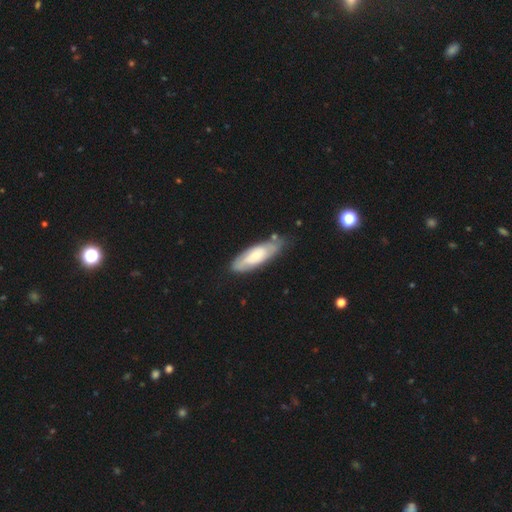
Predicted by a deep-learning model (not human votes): This appears to be a featured or disk galaxy (51%). Merging: none (68%).